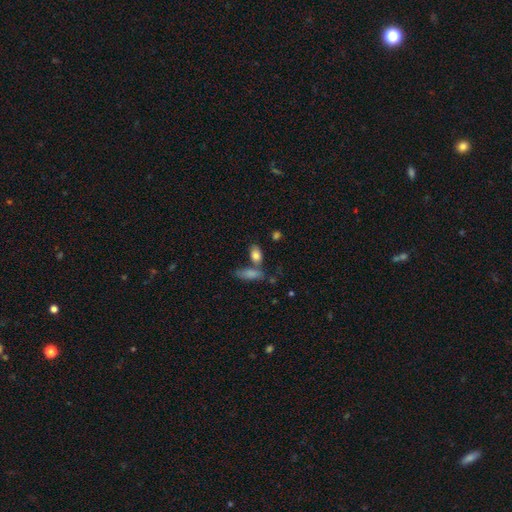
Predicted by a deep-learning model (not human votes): Overall: smooth (84%). How rounded: in between (86%). Merging: none (58%; merger 25%).